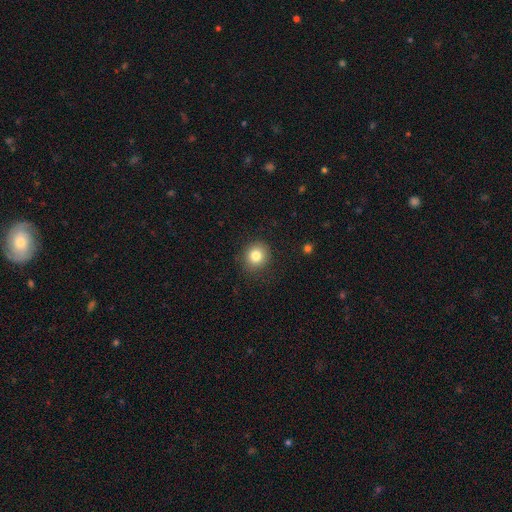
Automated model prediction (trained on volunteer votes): Smooth or featured: smooth — 81% (star or artifact — 11%)
How rounded: round — 86% (in between — 13%)
Merging: none — 88% (minor disturbance — 9%)